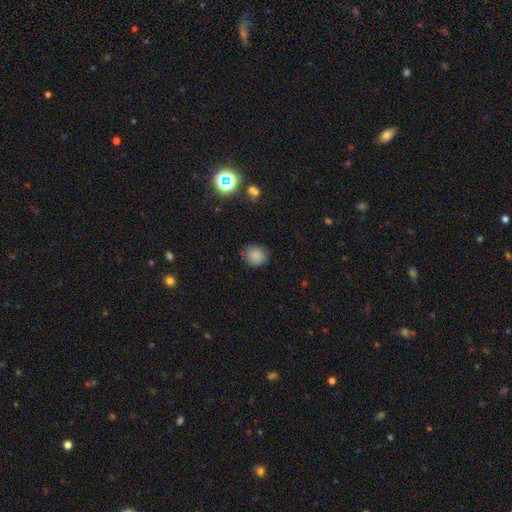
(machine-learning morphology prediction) Q: Smooth or featured?
A: smooth (83%); runner-up: star or artifact (11%)
Q: How rounded?
A: round (85%); runner-up: in between (14%)
Q: Merging?
A: none (81%); runner-up: minor disturbance (14%)